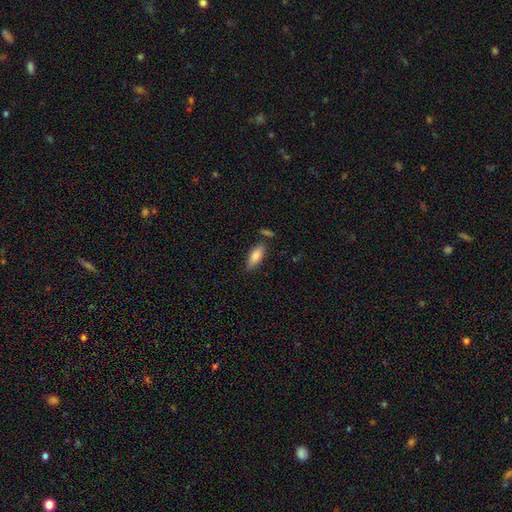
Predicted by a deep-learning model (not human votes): smooth_or_featured: smooth (p=0.80) [alt: featured or disk p=0.13]
how_rounded: in between (p=0.77) [alt: cigar-shaped p=0.21]
merging: none (p=0.74) [alt: minor disturbance p=0.16]